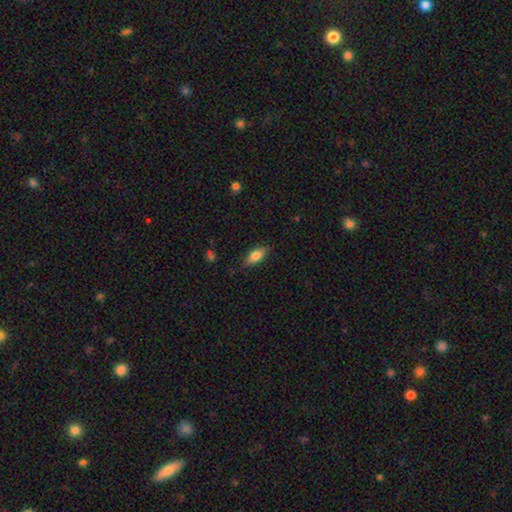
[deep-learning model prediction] Smooth or featured?
  - smooth: 77% *
  - featured or disk: 15%
  - star or artifact: 7%
How rounded?
  - in between: 81% *
  - cigar-shaped: 15%
  - round: 3%
Merging?
  - none: 82% *
  - minor disturbance: 14%
  - major disturbance: 3%
  - merger: 1%